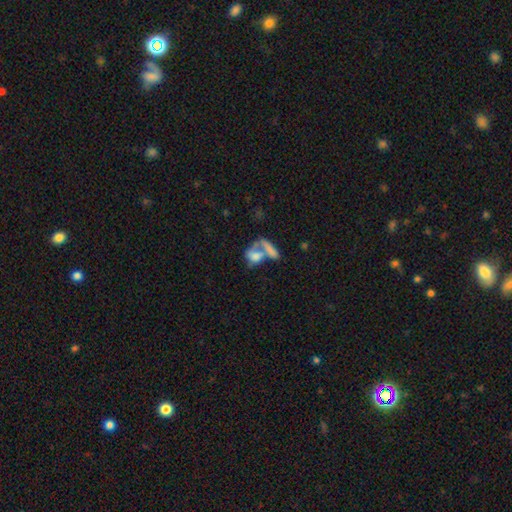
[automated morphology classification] Q: Smooth or featured?
A: smooth (62%); runner-up: featured or disk (28%)
Q: How rounded?
A: in between (68%); runner-up: round (21%)
Q: Merging?
A: merger (59%); runner-up: none (20%)